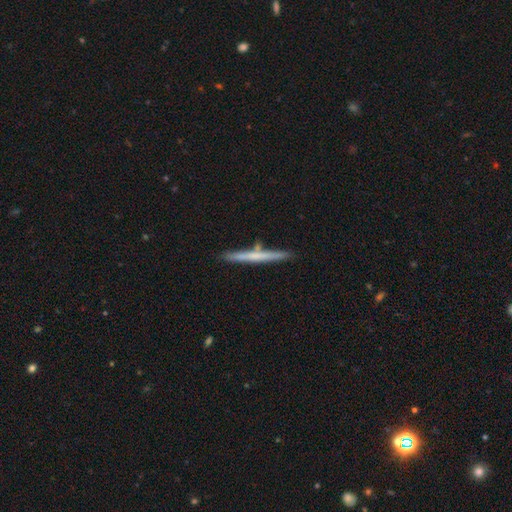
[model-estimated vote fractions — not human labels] smooth 48%, featured or disk 47%, star or artifact 6%. Down the decision tree: merging — none (84%).